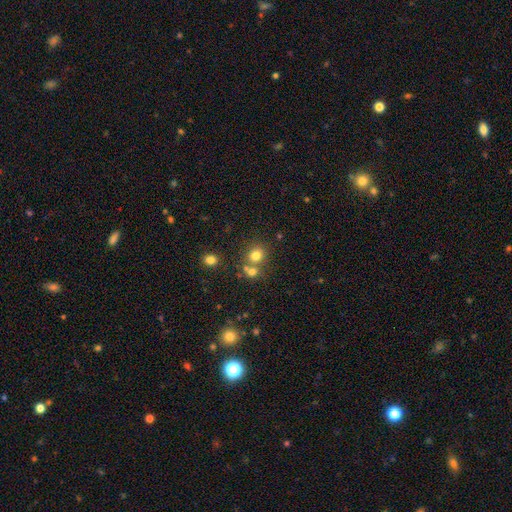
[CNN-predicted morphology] The model was most divided on "merging": none: 58%, merger: 30%, minor disturbance: 8%, major disturbance: 3%. More confident: how rounded — round (78%); smooth or featured — smooth (76%).